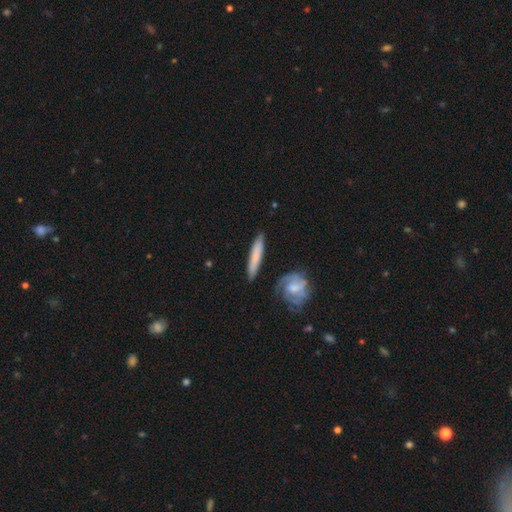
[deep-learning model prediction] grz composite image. It shows a smooth galaxy with no disk features (65%) that is cigar-shaped (90%). Merging: none (81%).